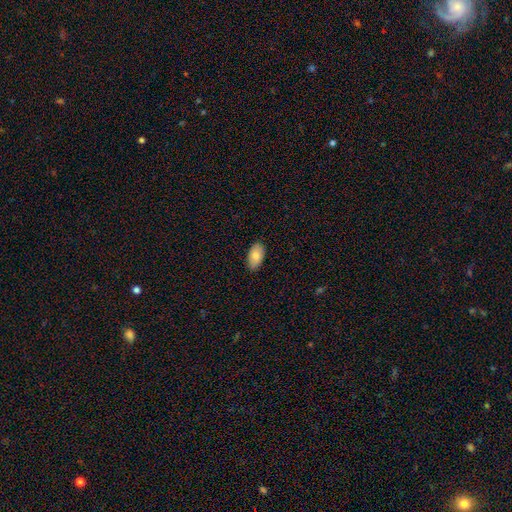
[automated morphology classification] smooth-or-featured: smooth: 79% | featured or disk: 15% | star or artifact: 6%
  how-rounded: in between: 94% | round: 4% | cigar-shaped: 2%
  merging: none: 87% | minor disturbance: 11% | major disturbance: 2% | merger: 1%